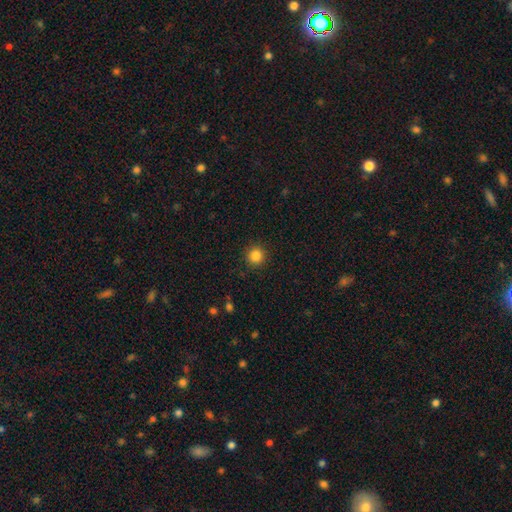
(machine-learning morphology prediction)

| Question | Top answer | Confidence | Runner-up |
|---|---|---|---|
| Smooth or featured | smooth | 85% | star or artifact (11%) |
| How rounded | round | 95% | in between (4%) |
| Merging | none | 92% | minor disturbance (5%) |